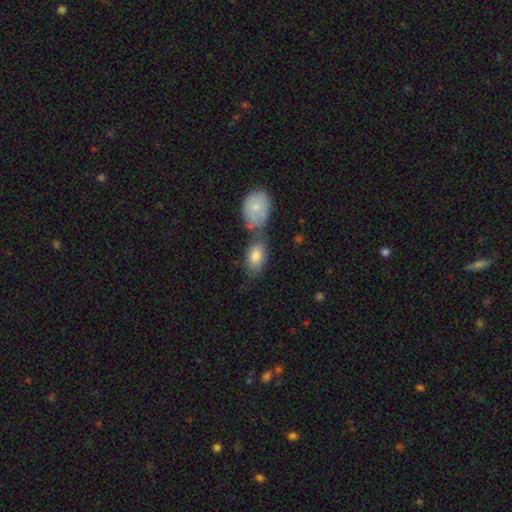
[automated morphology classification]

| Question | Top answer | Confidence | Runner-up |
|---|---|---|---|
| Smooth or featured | smooth | 80% | featured or disk (14%) |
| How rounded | in between | 89% | round (8%) |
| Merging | none | 46% | merger (35%) |